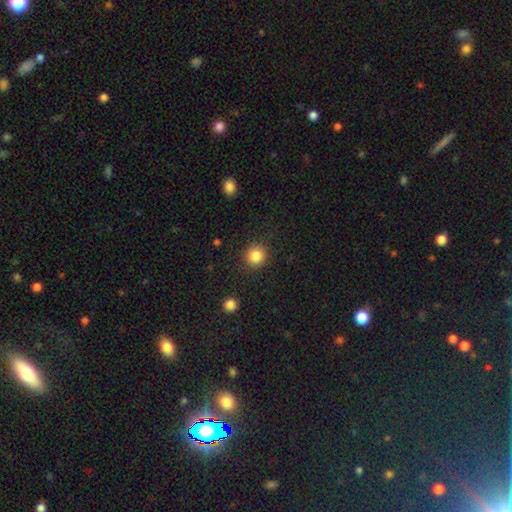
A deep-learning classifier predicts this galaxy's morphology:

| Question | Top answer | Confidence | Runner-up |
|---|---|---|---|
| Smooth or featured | smooth | 85% | star or artifact (10%) |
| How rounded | round | 92% | in between (7%) |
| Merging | none | 89% | minor disturbance (7%) |